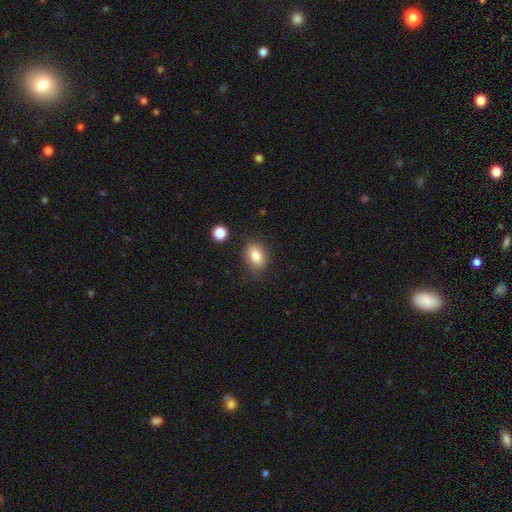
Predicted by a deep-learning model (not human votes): Q: Smooth or featured?
A: smooth (82%); runner-up: star or artifact (9%)
Q: How rounded?
A: in between (76%); runner-up: round (22%)
Q: Merging?
A: none (80%); runner-up: minor disturbance (14%)